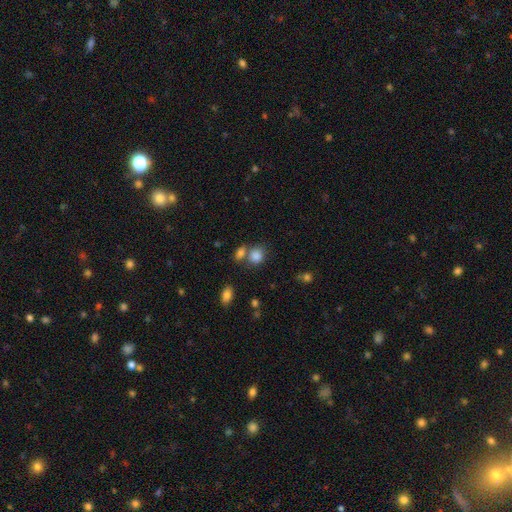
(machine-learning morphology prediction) This is clearly a smooth galaxy (84%). How rounded: likely round (62%). Merging: possibly none (53%).